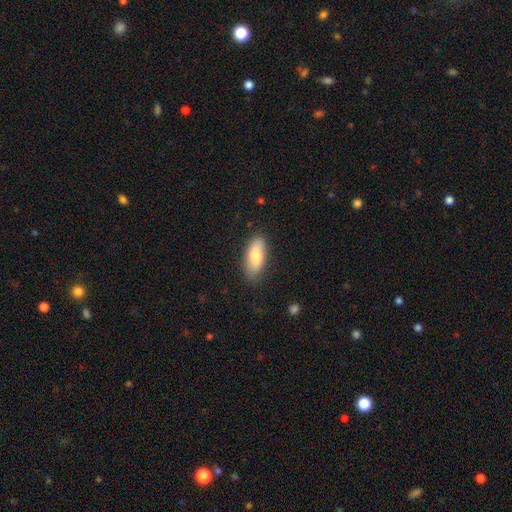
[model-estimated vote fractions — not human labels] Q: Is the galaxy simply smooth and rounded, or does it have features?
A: smooth — 74%.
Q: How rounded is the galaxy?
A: in between — 81%.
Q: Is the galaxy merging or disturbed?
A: none — 82%.